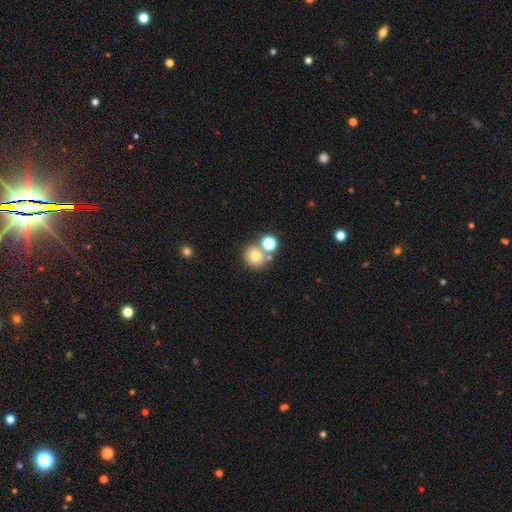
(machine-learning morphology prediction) This appears to be a smooth galaxy with no disk features (76%) that is round (87%). Merging: none (62%).